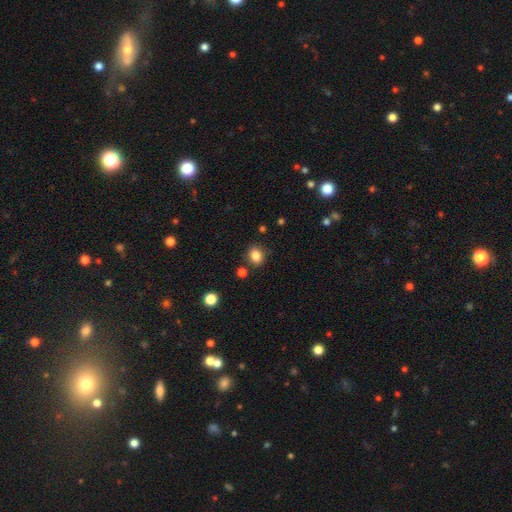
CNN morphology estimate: Overall: smooth (85%). How rounded: round (59%; in between 40%). Merging: none (83%).